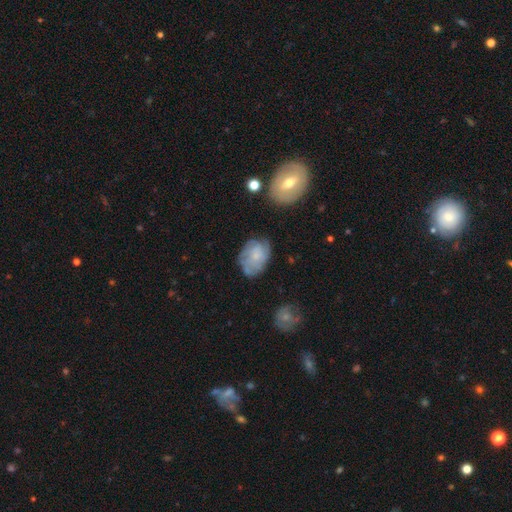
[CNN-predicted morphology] Q: Smooth or featured?
A: smooth (52%); runner-up: featured or disk (40%)
Q: How rounded?
A: in between (76%); runner-up: round (23%)
Q: Merging?
A: none (61%); runner-up: minor disturbance (27%)